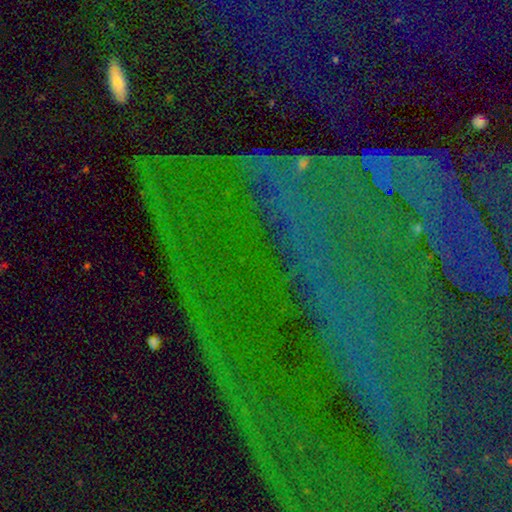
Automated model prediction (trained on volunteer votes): This is clearly a star or artifact rather than a galaxy (80%).